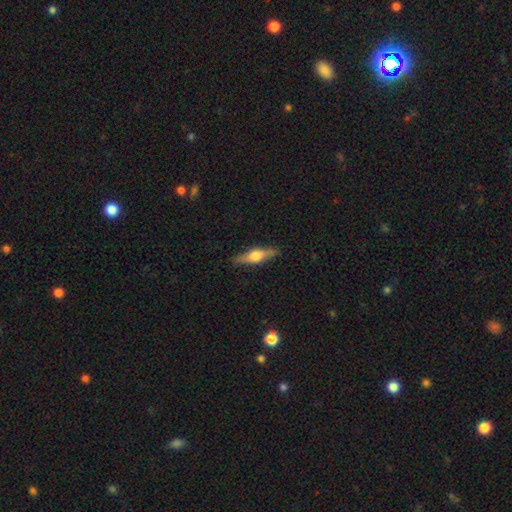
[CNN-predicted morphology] The model was most divided on "smooth or featured": featured or disk: 58%, smooth: 36%, star or artifact: 6%. More confident: edge-on disk — yes (94%); edge-on bulge — rounded (91%); merging — none (87%).